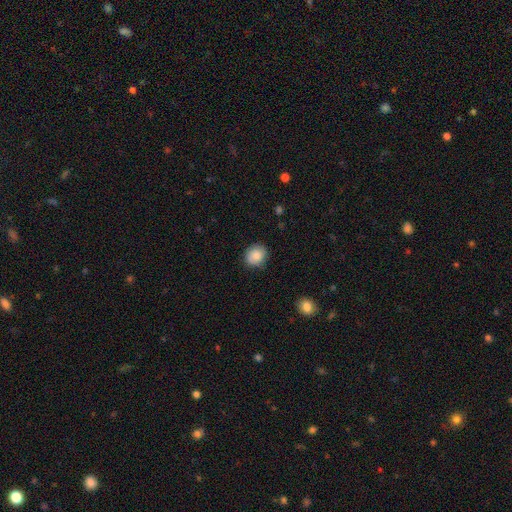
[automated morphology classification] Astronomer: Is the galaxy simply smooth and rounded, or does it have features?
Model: smooth — 87%.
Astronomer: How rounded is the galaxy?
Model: round — 71%.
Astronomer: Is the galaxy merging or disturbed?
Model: none — 83%.